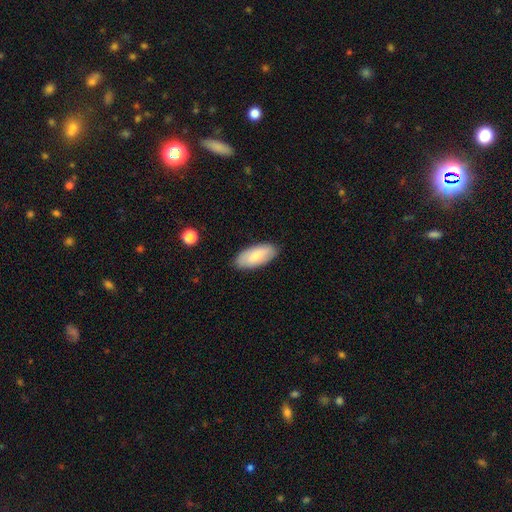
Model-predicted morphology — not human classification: smooth-or-featured: smooth: 73% | featured or disk: 22% | star or artifact: 6%
  how-rounded: in between: 89% | cigar-shaped: 9% | round: 2%
  merging: none: 86% | minor disturbance: 11% | major disturbance: 2% | merger: 1%